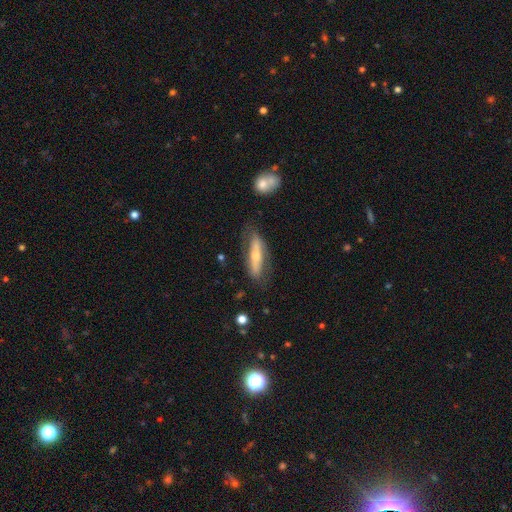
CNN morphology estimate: Smooth or featured: featured or disk — 57% (smooth — 36%)
Edge-on disk: yes — 58% (no — 42%)
Merging: none — 71% (minor disturbance — 18%)